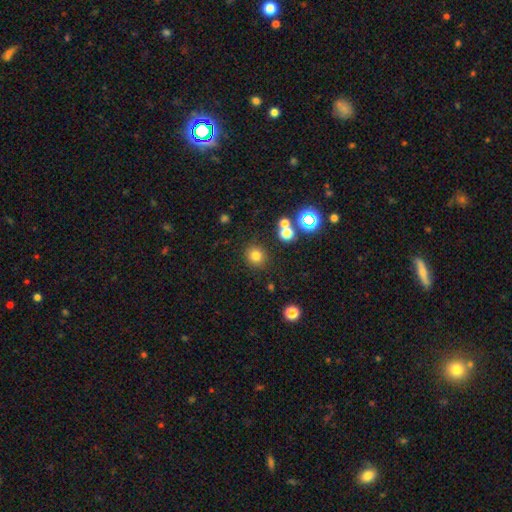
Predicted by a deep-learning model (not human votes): Smooth or featured: smooth — 77% (star or artifact — 17%)
How rounded: round — 90% (in between — 9%)
Merging: none — 85% (minor disturbance — 7%)